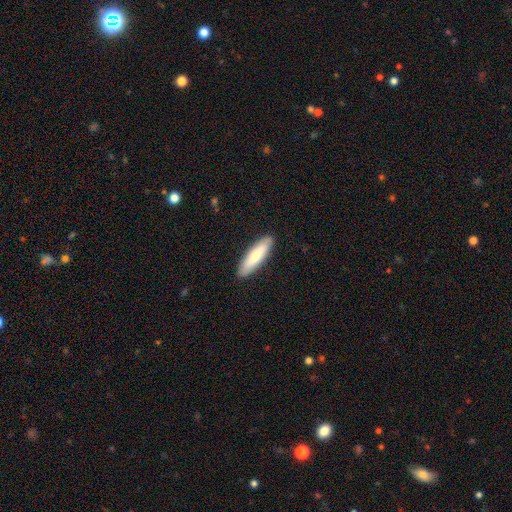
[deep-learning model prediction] Overall: smooth (72%). How rounded: cigar-shaped (67%; in between 31%). Merging: none (90%).